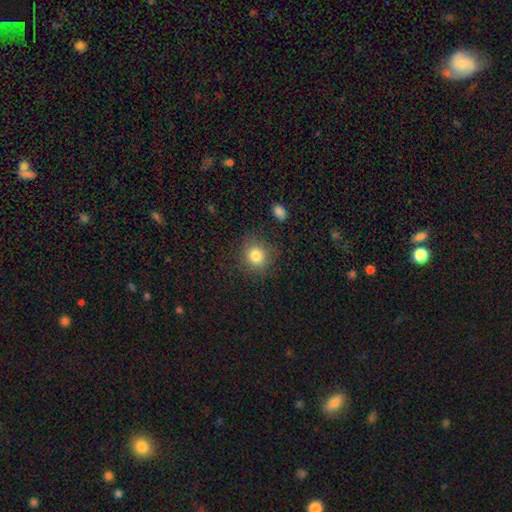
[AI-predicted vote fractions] This is clearly a smooth galaxy (80%). How rounded: clearly round (83%). Merging: clearly none (81%).